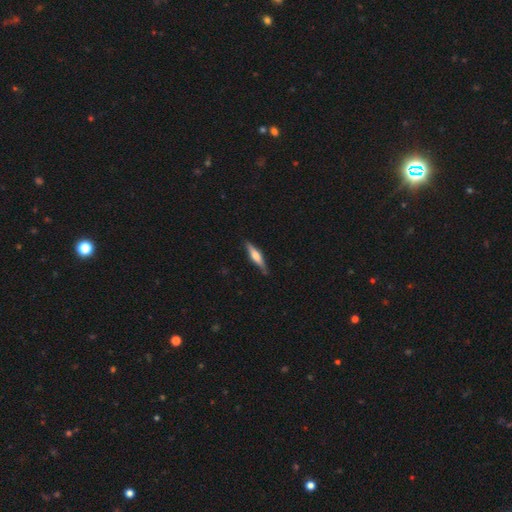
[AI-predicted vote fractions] A featured or disk galaxy (55%) viewed edge-on (96%) with a rounded central bulge (81%). Merging: none (85%).